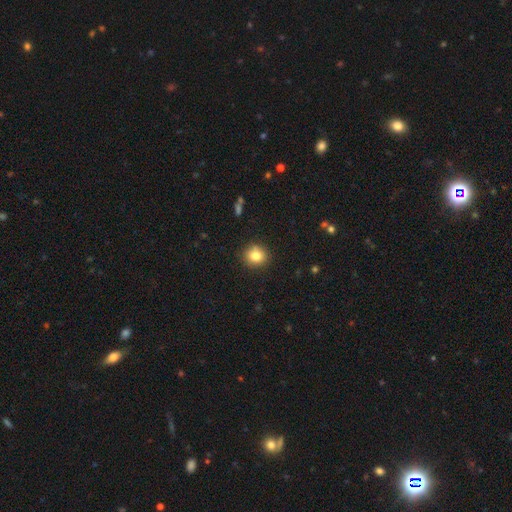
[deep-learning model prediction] This is clearly a smooth galaxy (82%). How rounded: clearly round (82%). Merging: clearly none (87%).